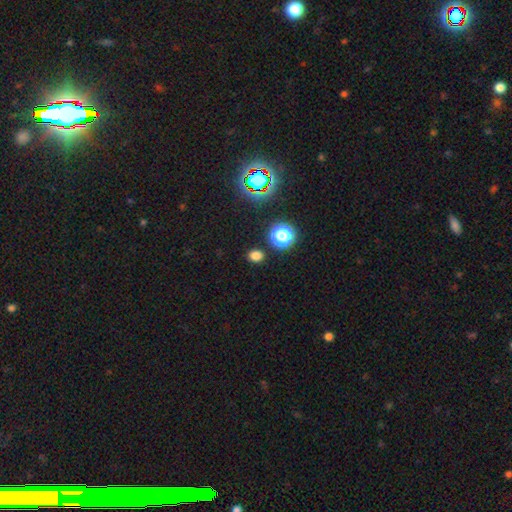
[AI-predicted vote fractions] Morphology: type=smooth (75%); roundness=round (56%); merging=none (87%).